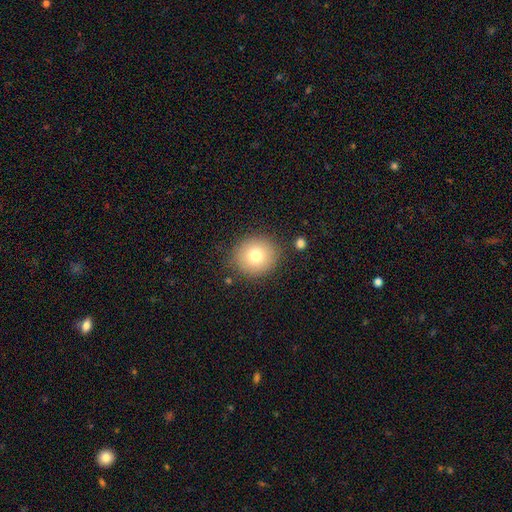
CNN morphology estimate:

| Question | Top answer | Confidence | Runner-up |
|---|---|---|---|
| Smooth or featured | smooth | 77% | featured or disk (13%) |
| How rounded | round | 88% | in between (11%) |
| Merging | none | 85% | minor disturbance (10%) |